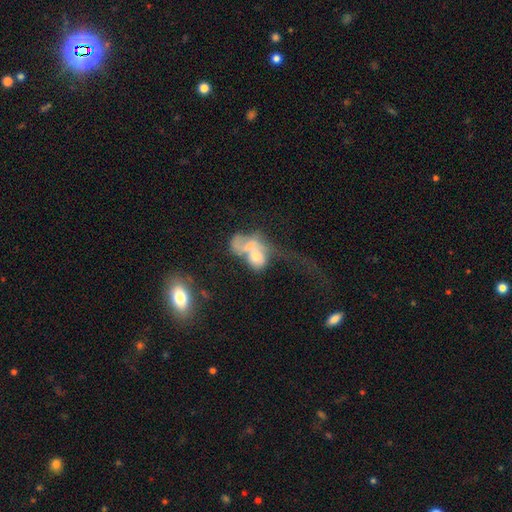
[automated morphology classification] Smooth or featured?
  - smooth: 49% *
  - featured or disk: 41%
  - star or artifact: 10%
Merging?
  - merger: 70% *
  - major disturbance: 17%
  - none: 8%
  - minor disturbance: 5%